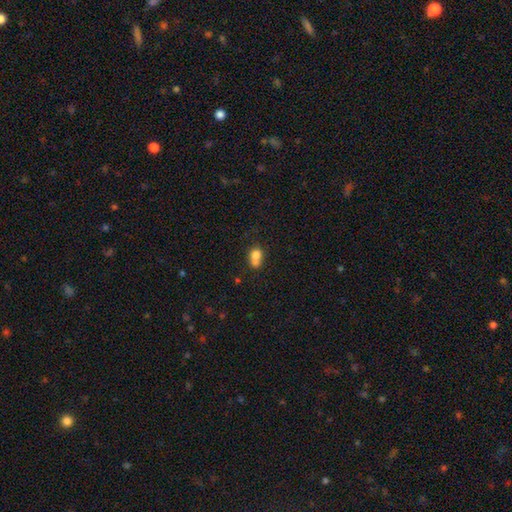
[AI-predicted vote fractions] Smooth or featured: smooth — 74% (featured or disk — 15%)
How rounded: round — 60% (in between — 39%)
Merging: merger — 54% (none — 29%)